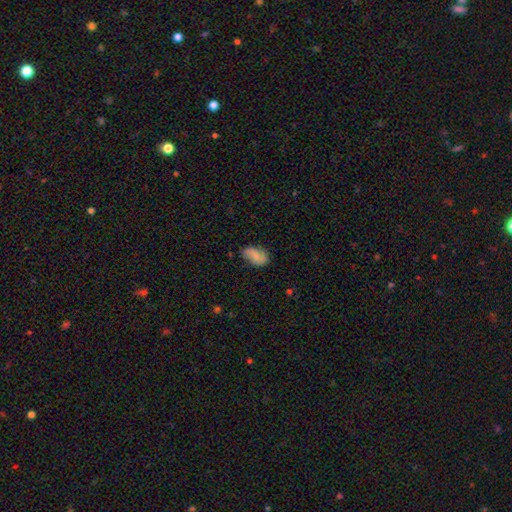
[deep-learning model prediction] This is likely a smooth galaxy (65%). How rounded: clearly in between (91%). Merging: likely none (62%).